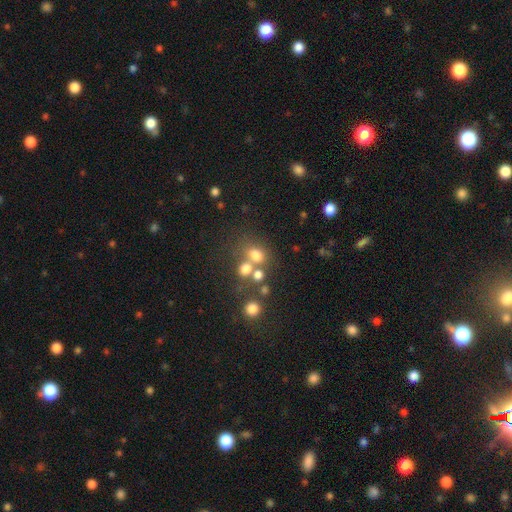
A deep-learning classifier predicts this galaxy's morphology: Smooth or featured? Predicted: smooth (p=0.68). How rounded? Predicted: round (p=0.52). Merging? Predicted: none (p=0.46).